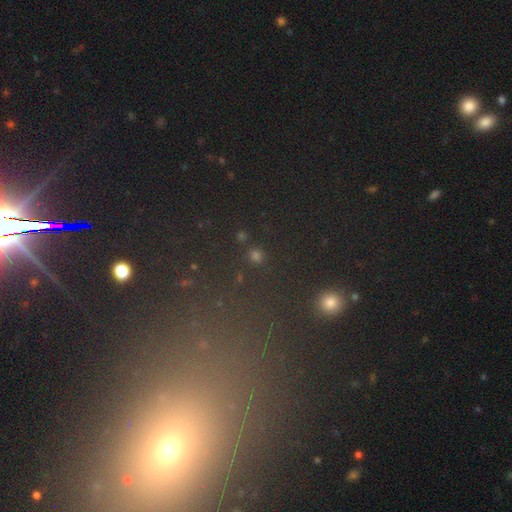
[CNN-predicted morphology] Smooth or featured?
  - star or artifact: 57% *
  - smooth: 33%
  - featured or disk: 10%